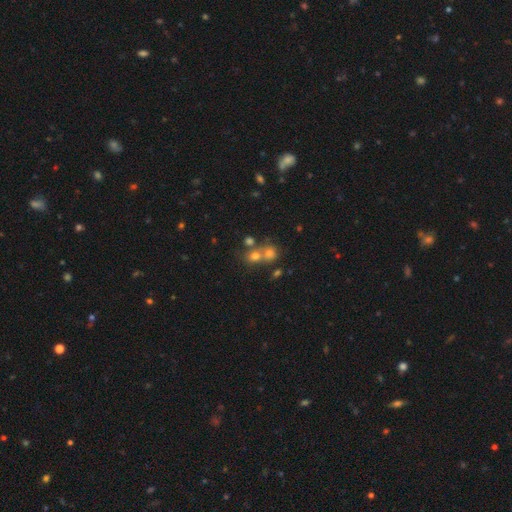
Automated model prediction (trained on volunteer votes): A smooth galaxy with no disk features (63%) that is round (78%).

Vote fractions:
- Smooth or featured? smooth: 63% / star or artifact: 22% / featured or disk: 15%
- How rounded? round: 78% / in between: 21% / cigar-shaped: 1%
- Merging? merger: 48% / none: 42% / minor disturbance: 7% / major disturbance: 4%